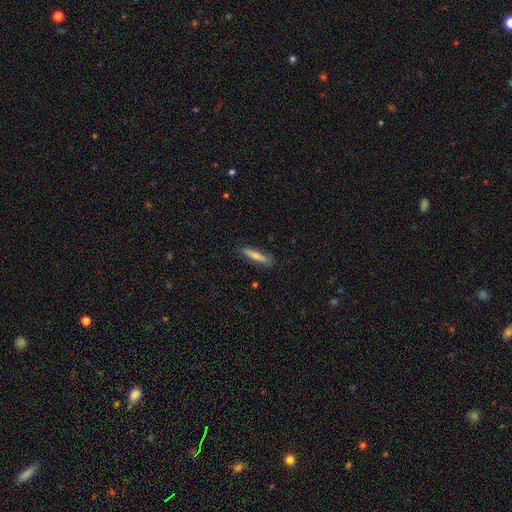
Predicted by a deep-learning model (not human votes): This is possibly a smooth galaxy (58%). How rounded: clearly cigar-shaped (88%). Merging: clearly none (85%).